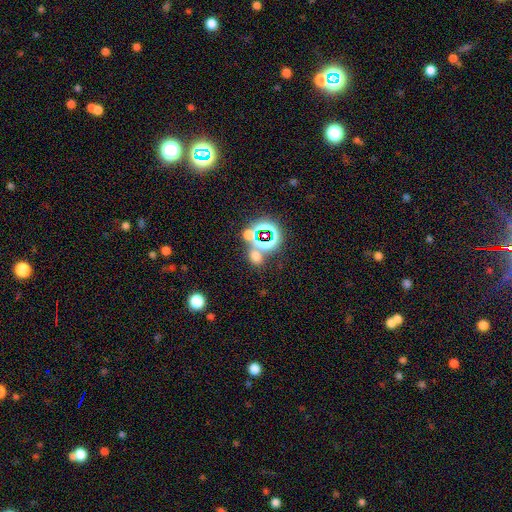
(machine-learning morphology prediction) type=smooth (49%); merging=none (57%).